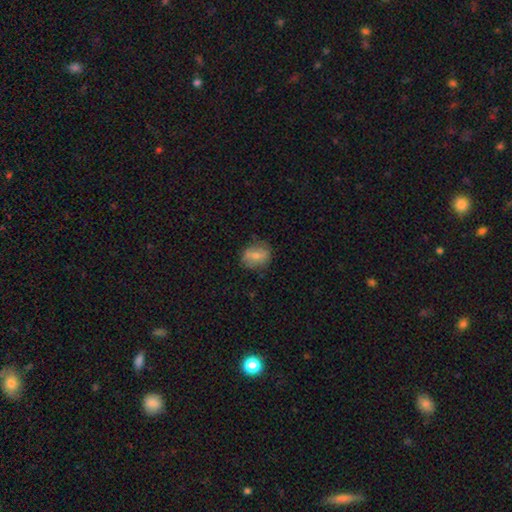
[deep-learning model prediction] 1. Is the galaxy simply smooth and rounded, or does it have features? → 66% smooth, 26% featured or disk, 8% star or artifact.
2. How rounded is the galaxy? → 52% in between, 47% round, 2% cigar-shaped.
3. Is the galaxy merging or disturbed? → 76% none, 17% minor disturbance, 5% major disturbance, 2% merger.